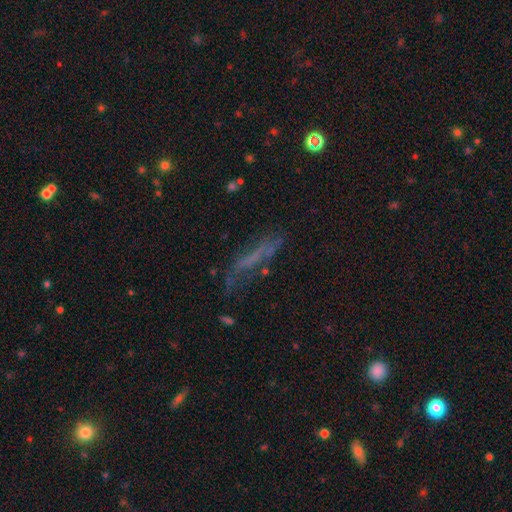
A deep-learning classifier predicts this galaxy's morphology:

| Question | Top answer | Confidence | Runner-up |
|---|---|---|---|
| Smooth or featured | featured or disk | 41% | smooth (39%) |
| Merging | none | 55% | minor disturbance (23%) |